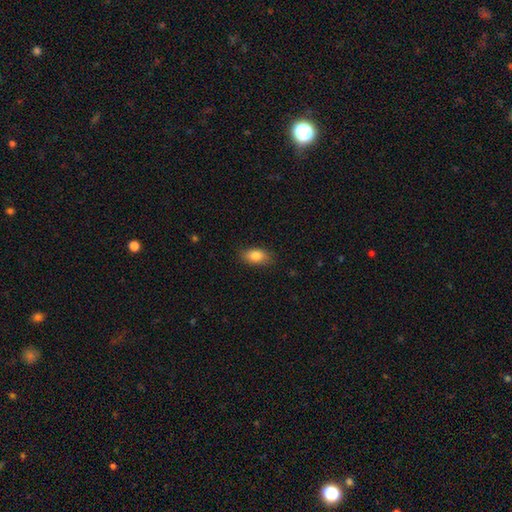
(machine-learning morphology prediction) Overall: smooth (84%). How rounded: in between (88%). Merging: none (85%).